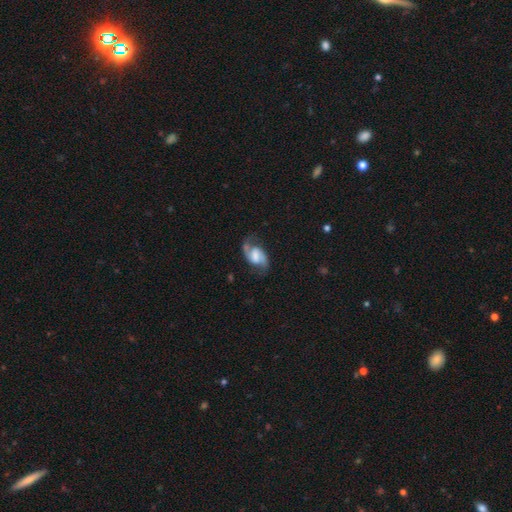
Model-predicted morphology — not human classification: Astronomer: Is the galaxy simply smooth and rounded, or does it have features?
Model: featured or disk — 79%.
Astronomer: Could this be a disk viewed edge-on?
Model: no — 97%.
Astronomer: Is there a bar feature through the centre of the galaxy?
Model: weak — 48% (runner-up: no, 32%).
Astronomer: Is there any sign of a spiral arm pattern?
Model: yes — 94%.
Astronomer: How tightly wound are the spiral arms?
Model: medium — 47% (runner-up: loose, 38%).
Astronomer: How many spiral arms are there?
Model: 2 — 90%.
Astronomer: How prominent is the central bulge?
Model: moderate — 29% (runner-up: large, 24%).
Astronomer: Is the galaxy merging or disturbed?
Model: none — 70%.